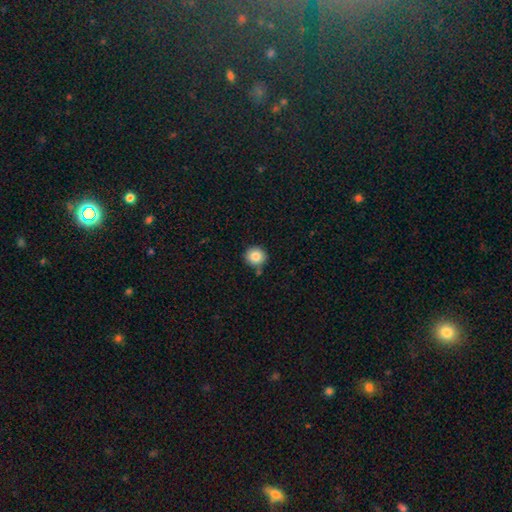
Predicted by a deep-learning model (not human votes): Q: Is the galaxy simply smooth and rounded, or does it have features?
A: smooth — 85%.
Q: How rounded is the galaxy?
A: round — 90%.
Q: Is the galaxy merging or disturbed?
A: none — 78%.